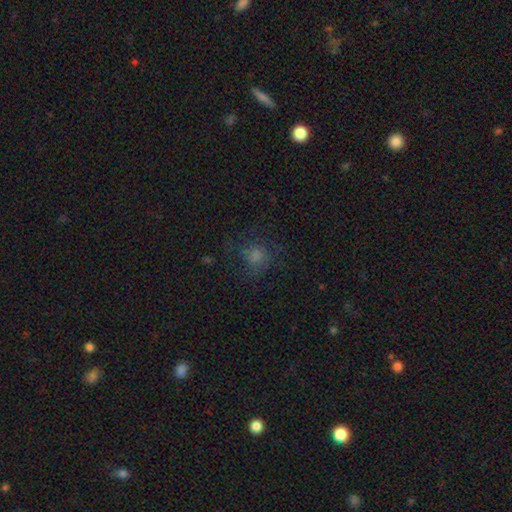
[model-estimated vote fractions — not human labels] This is possibly a smooth galaxy (50%). How rounded: clearly round (82%). Merging: likely none (66%).